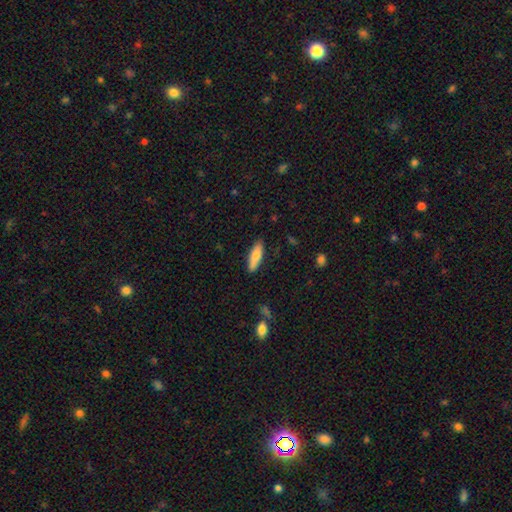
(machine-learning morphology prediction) smooth_or_featured: smooth (p=0.76) [alt: featured or disk p=0.18]
how_rounded: cigar-shaped (p=0.53) [alt: in between p=0.46]
merging: none (p=0.87) [alt: minor disturbance p=0.10]